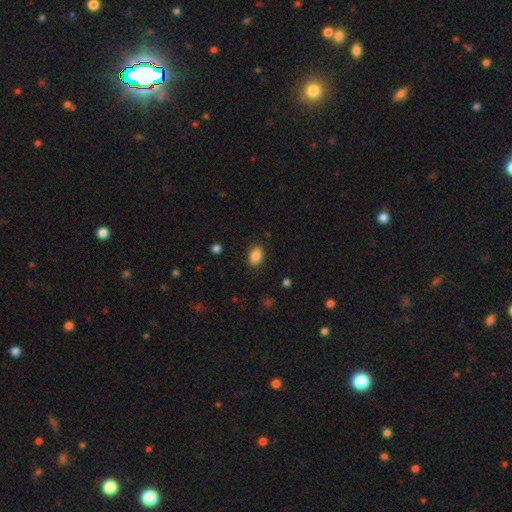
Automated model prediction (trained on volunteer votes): Morphology: type=smooth (87%); roundness=in between (84%); merging=none (87%).